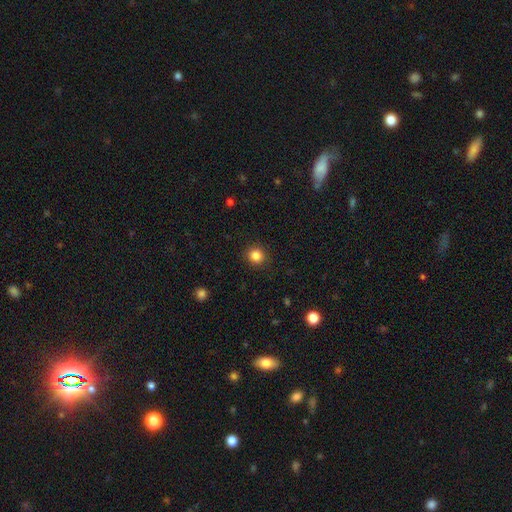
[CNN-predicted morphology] smooth 84%, star or artifact 11%, featured or disk 4%. Down the decision tree: how rounded — round (90%); merging — none (91%).